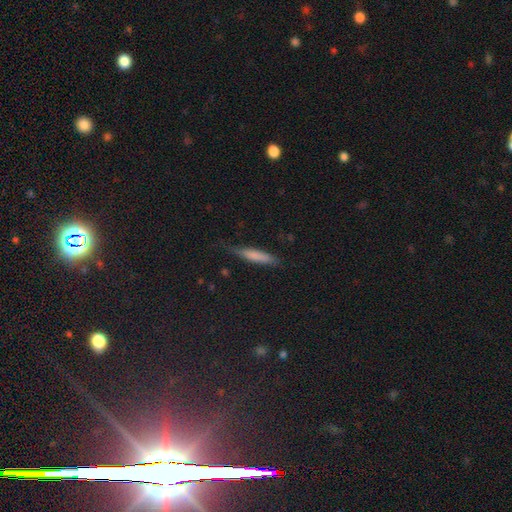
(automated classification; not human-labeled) The model was most divided on "merging": none: 70%, minor disturbance: 23%, major disturbance: 5%, merger: 2%. More confident: how rounded — cigar-shaped (85%); smooth or featured — smooth (72%).